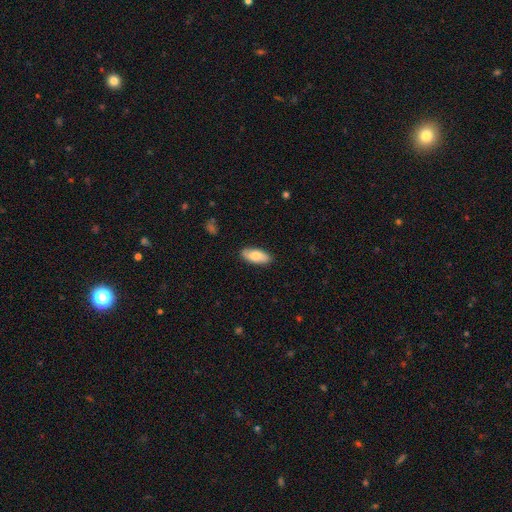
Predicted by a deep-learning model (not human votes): A smooth galaxy with no disk features (77%) that is in between round and cigar-shaped (87%). Merging: none (87%).